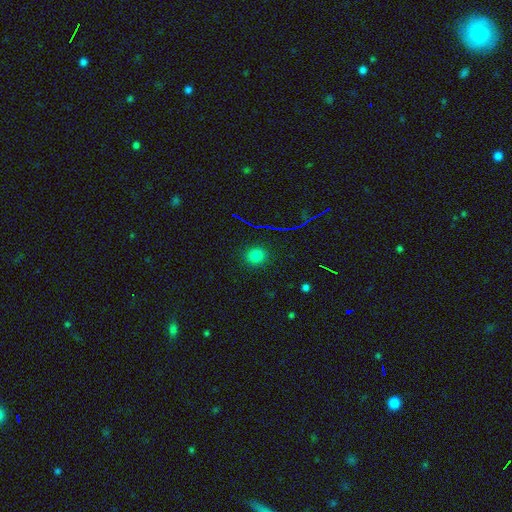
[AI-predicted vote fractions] smooth-or-featured: smooth: 75% | star or artifact: 19% | featured or disk: 6%
  how-rounded: round: 83% | in between: 16% | cigar-shaped: 1%
  merging: none: 89% | minor disturbance: 7% | major disturbance: 2% | merger: 1%